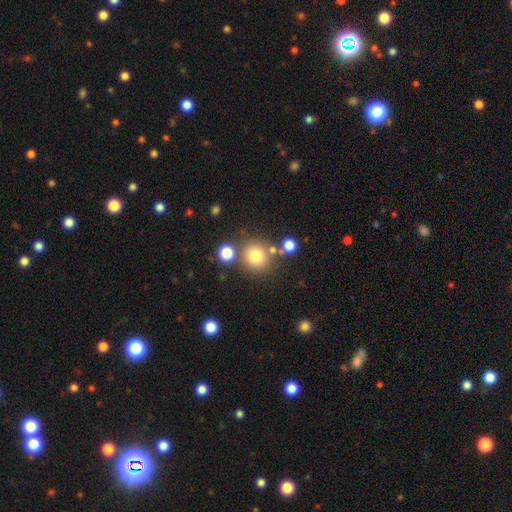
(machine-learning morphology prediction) This is likely a smooth galaxy (77%). How rounded: clearly round (90%). Merging: likely none (73%).